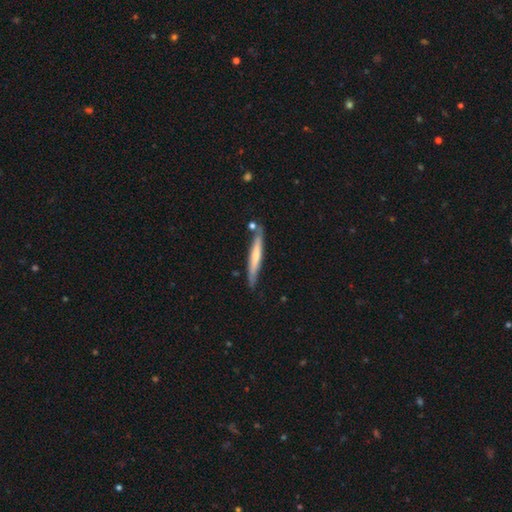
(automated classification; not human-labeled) This appears to be a smooth galaxy with no disk features (51%) that is cigar-shaped (95%). Merging: none (77%).